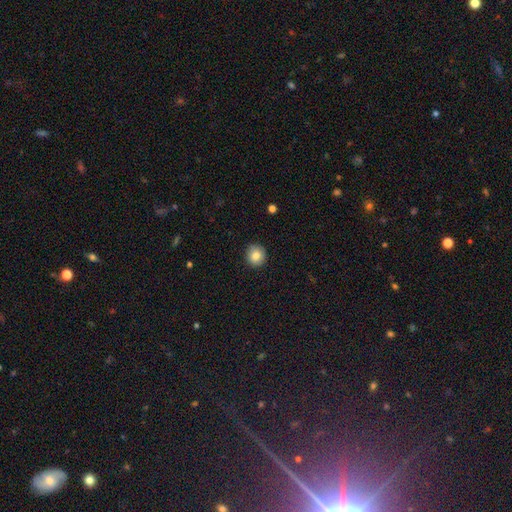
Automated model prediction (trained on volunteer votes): smooth 84%, star or artifact 9%, featured or disk 7%. Down the decision tree: how rounded — round (90%); merging — none (91%).